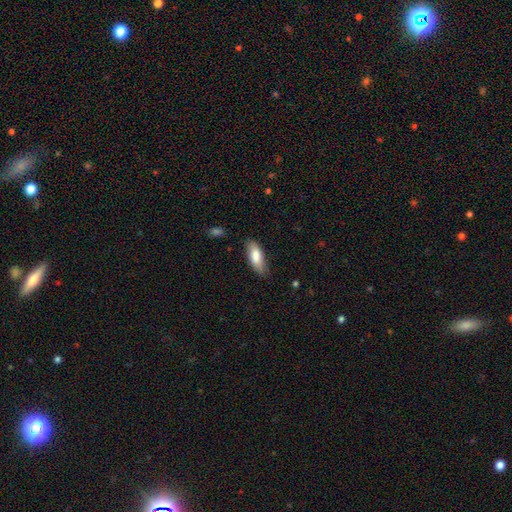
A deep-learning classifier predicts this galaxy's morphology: smooth 81%, featured or disk 13%, star or artifact 6%. Down the decision tree: how rounded — in between (71%); merging — none (73%).